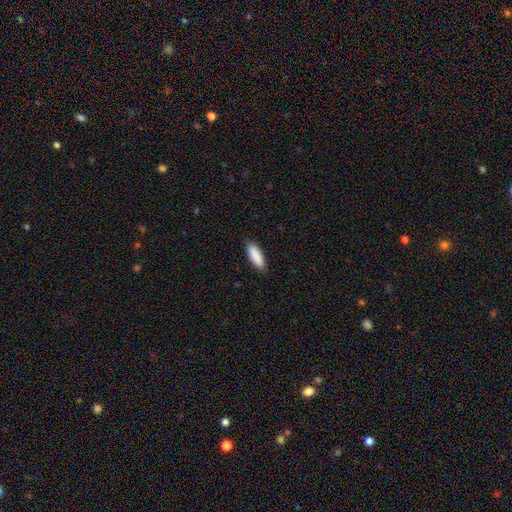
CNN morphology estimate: This appears to be a smooth galaxy with no disk features (90%) that is in between round and cigar-shaped (67%). Merging: none (87%).